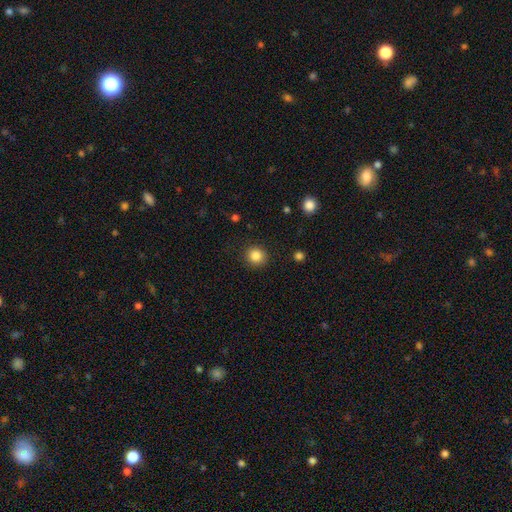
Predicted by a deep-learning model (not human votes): smooth-or-featured: smooth: 85% | star or artifact: 11% | featured or disk: 4%
  how-rounded: round: 91% | in between: 8% | cigar-shaped: 1%
  merging: none: 90% | minor disturbance: 7% | major disturbance: 2% | merger: 1%